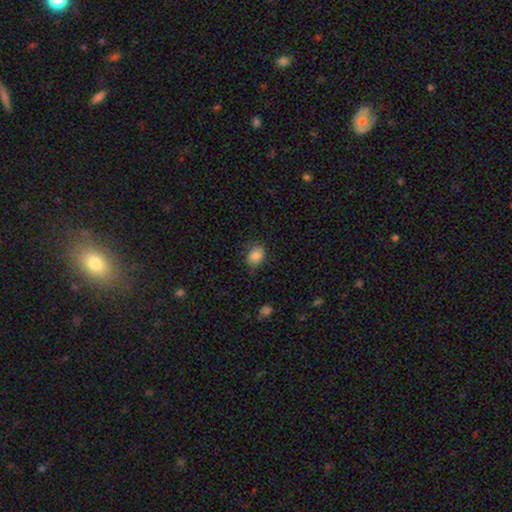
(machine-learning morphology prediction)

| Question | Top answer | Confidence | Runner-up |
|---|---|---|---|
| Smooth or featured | smooth | 86% | star or artifact (9%) |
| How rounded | in between | 68% | round (31%) |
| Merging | none | 76% | minor disturbance (18%) |